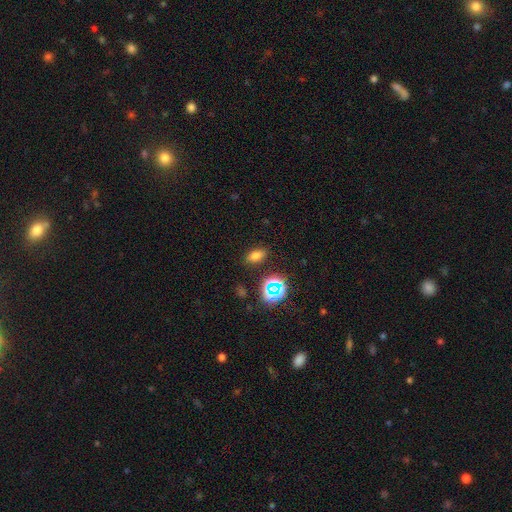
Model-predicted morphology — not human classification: smooth-or-featured: smooth: 72% | star or artifact: 21% | featured or disk: 8%
  how-rounded: in between: 84% | round: 12% | cigar-shaped: 5%
  merging: none: 85% | minor disturbance: 10% | major disturbance: 3% | merger: 2%